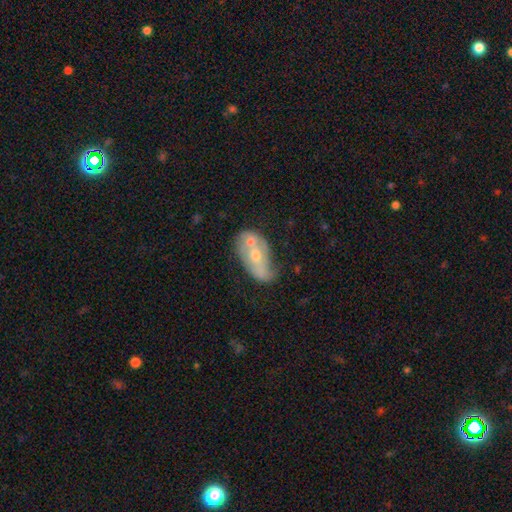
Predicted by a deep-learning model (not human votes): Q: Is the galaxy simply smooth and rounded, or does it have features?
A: featured or disk — 57%.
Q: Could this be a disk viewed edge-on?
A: no — 92%.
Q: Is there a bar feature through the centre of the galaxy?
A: no — 73%.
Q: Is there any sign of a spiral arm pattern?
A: no — 59%.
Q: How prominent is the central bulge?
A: moderate — 57%.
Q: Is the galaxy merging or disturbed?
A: merger — 39%.